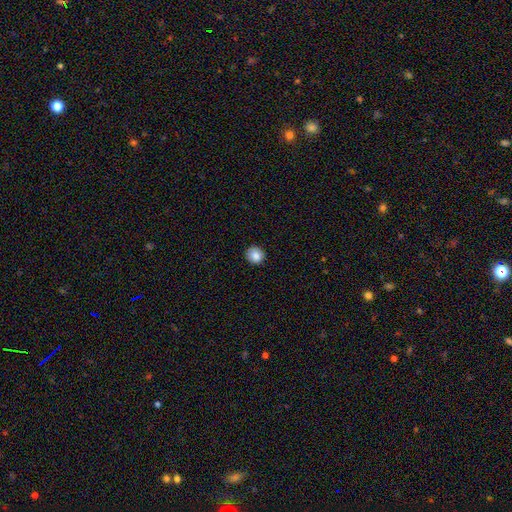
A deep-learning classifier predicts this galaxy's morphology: This appears to be a smooth galaxy with no disk features (86%) that is round (90%). Merging: none (90%).